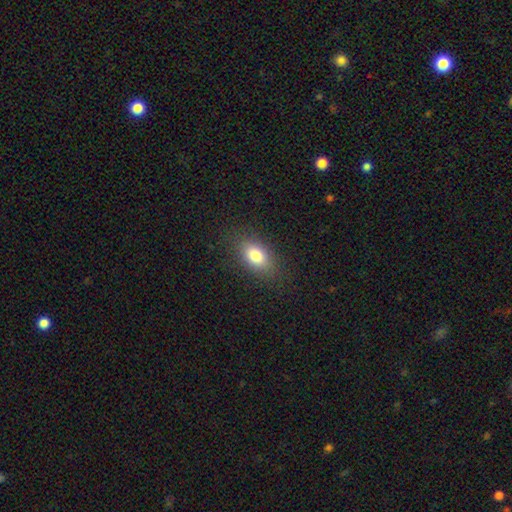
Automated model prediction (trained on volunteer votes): A smooth galaxy with no disk features (80%) that is in between round and cigar-shaped (83%). Merging: none (85%).